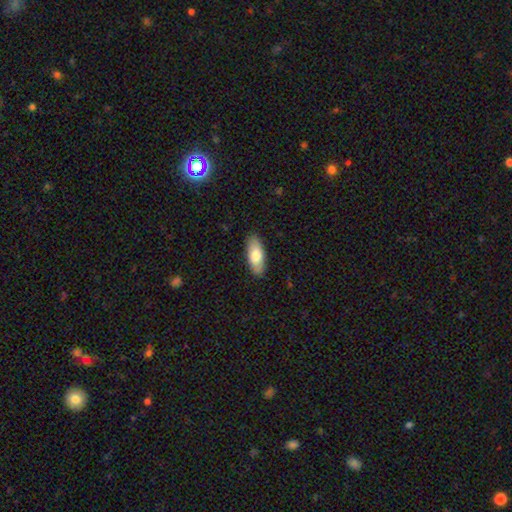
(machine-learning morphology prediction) Smooth or featured? smooth (77%)
How rounded? in between (79%)
Merging? none (88%)